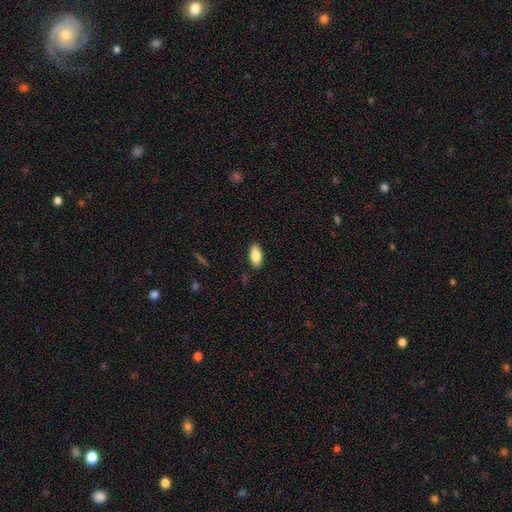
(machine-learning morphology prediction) smooth-or-featured: smooth: 84% | featured or disk: 10% | star or artifact: 7%
  how-rounded: in between: 87% | cigar-shaped: 11% | round: 2%
  merging: none: 88% | minor disturbance: 9% | major disturbance: 2% | merger: 1%